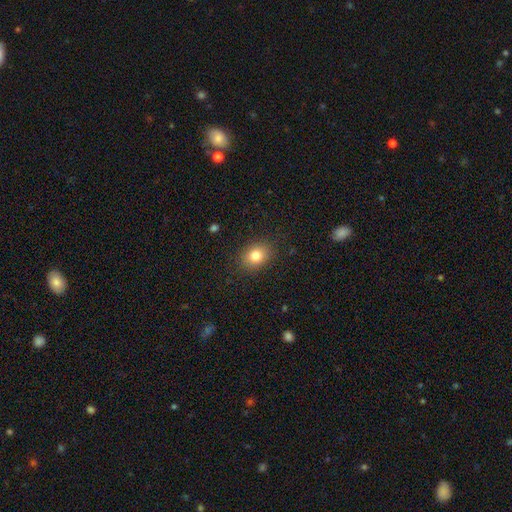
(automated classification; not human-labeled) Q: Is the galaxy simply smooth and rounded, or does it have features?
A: smooth — 81%.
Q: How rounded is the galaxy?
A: in between — 58%.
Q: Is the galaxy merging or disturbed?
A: none — 87%.